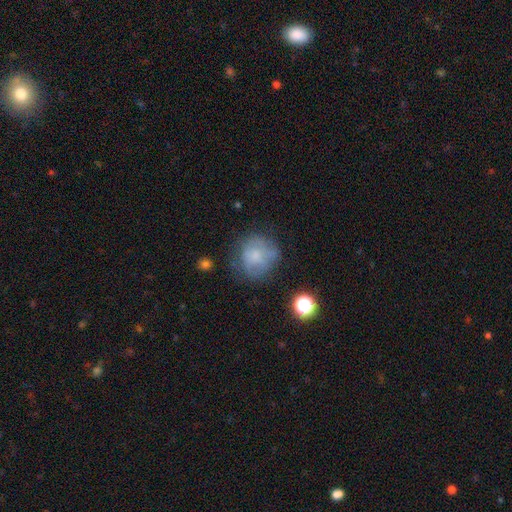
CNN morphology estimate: smooth-or-featured: smooth: 57% | featured or disk: 32% | star or artifact: 11%
  how-rounded: round: 84% | in between: 15% | cigar-shaped: 1%
  merging: none: 57% | minor disturbance: 25% | major disturbance: 15% | merger: 3%